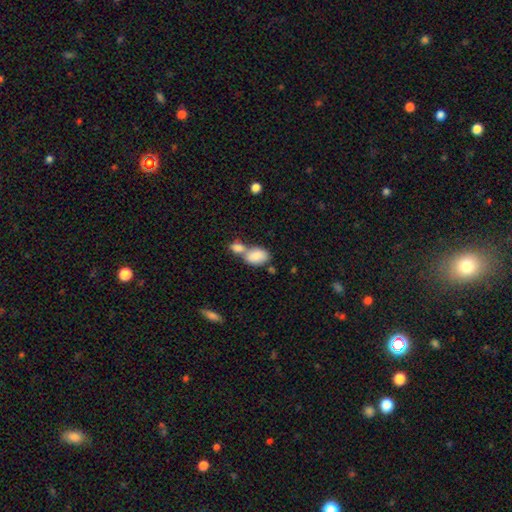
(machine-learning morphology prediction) A smooth galaxy with no disk features (83%) that is in between round and cigar-shaped (86%). Merging: merger (64%).